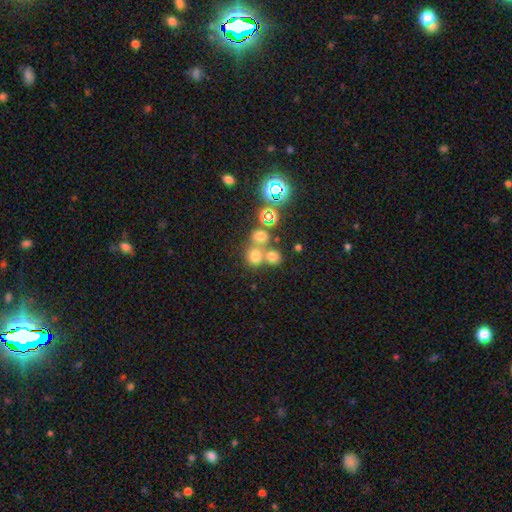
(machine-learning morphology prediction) Smooth or featured? smooth (63%)
How rounded? round (83%)
Merging? none (48%)